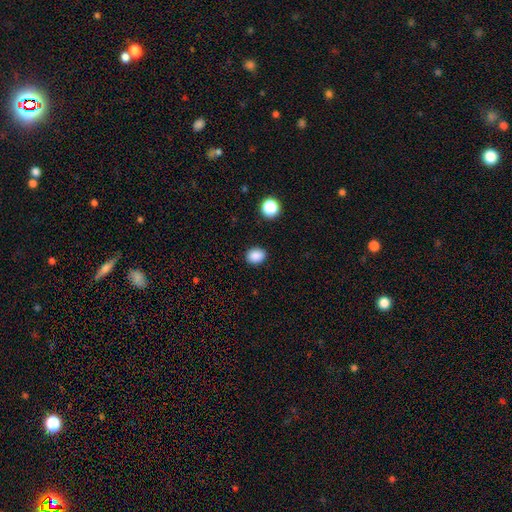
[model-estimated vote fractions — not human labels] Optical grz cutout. It shows a smooth galaxy with no disk features (86%) that is in between round and cigar-shaped (50%). Merging: none (88%).